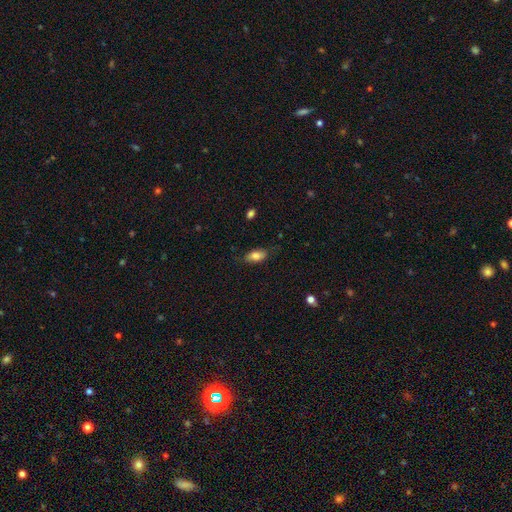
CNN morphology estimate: This appears to be a smooth galaxy with no disk features (81%) that is in between round and cigar-shaped (88%). Merging: none (77%).